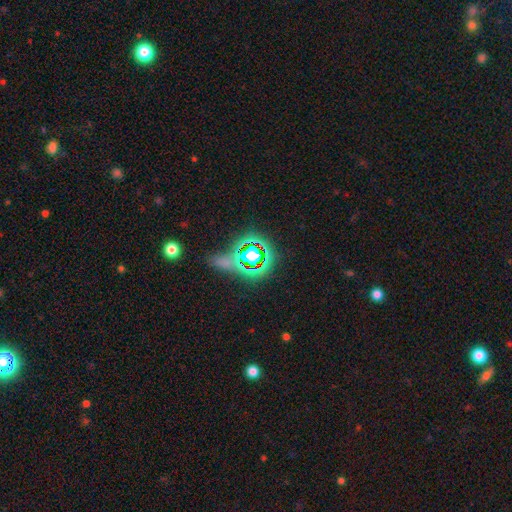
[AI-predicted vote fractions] star or artifact 60%, smooth 28%, featured or disk 12%.